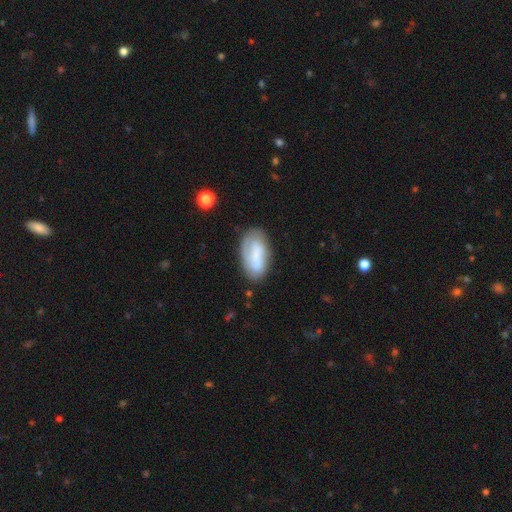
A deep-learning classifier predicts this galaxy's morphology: smooth-or-featured: smooth: 62% | featured or disk: 31% | star or artifact: 7%
  how-rounded: in between: 92% | cigar-shaped: 5% | round: 3%
  merging: none: 64% | minor disturbance: 24% | major disturbance: 9% | merger: 3%